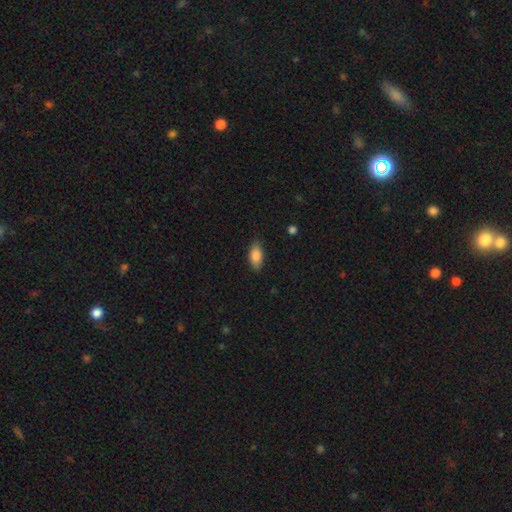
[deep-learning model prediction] smooth_or_featured: smooth (p=0.85) [alt: featured or disk p=0.08]
how_rounded: in between (p=0.89) [alt: cigar-shaped p=0.08]
merging: none (p=0.85) [alt: minor disturbance p=0.12]